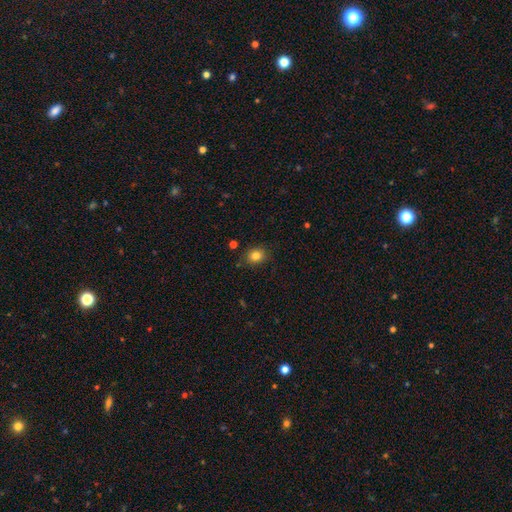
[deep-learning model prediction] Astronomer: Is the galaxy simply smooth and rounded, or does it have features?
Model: smooth — 82%.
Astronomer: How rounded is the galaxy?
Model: round — 68%.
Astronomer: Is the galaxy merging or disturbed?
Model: none — 84%.